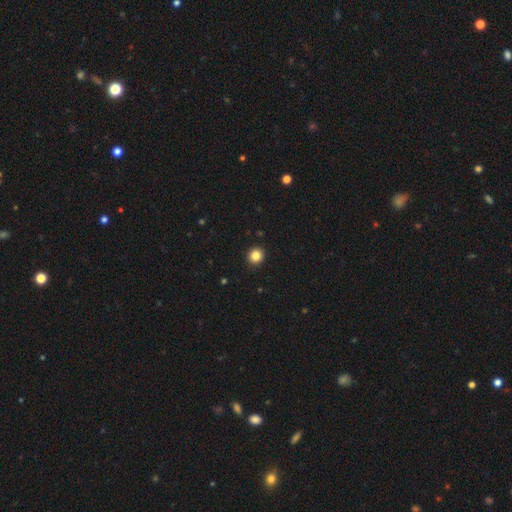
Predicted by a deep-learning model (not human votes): Smooth or featured?
  - smooth: 84% *
  - star or artifact: 11%
  - featured or disk: 4%
How rounded?
  - round: 91% *
  - in between: 8%
  - cigar-shaped: 1%
Merging?
  - none: 93% *
  - minor disturbance: 5%
  - major disturbance: 1%
  - merger: 1%